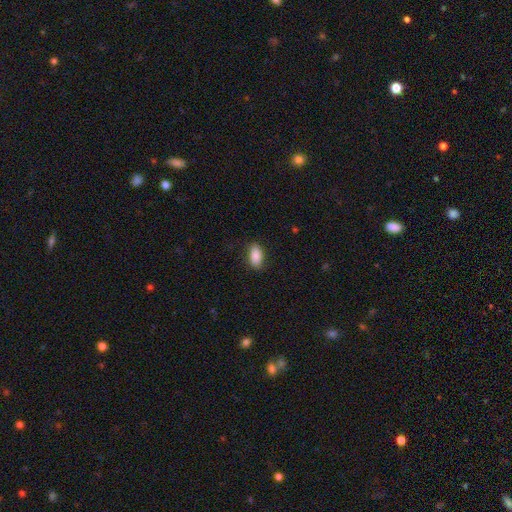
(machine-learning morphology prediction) type=smooth (86%); roundness=in between (91%); merging=none (84%).